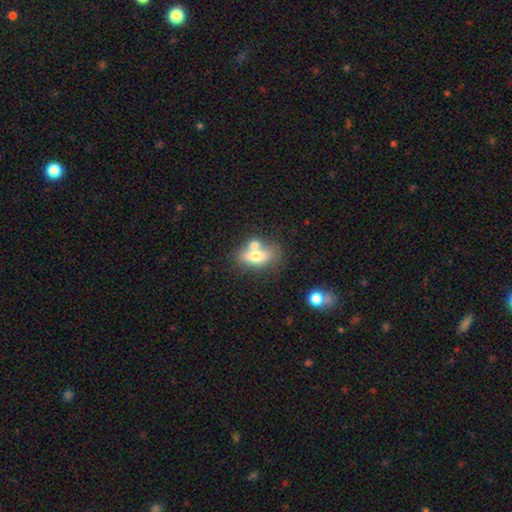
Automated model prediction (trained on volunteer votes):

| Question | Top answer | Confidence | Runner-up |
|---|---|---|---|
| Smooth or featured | smooth | 64% | featured or disk (28%) |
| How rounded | in between | 76% | cigar-shaped (13%) |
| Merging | merger | 43% | none (38%) |